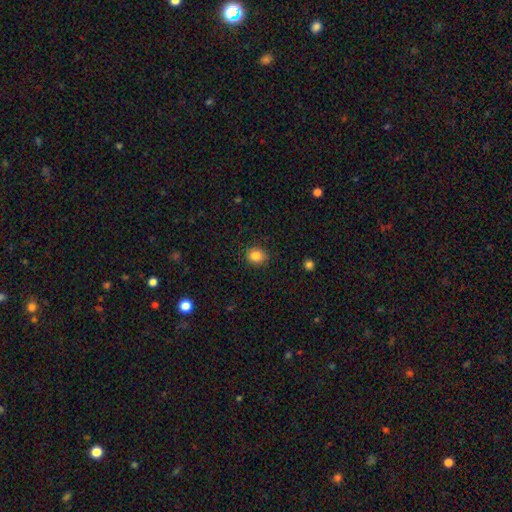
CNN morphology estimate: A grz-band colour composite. It shows a smooth galaxy with no disk features (84%) that is round (66%). Merging: none (88%).